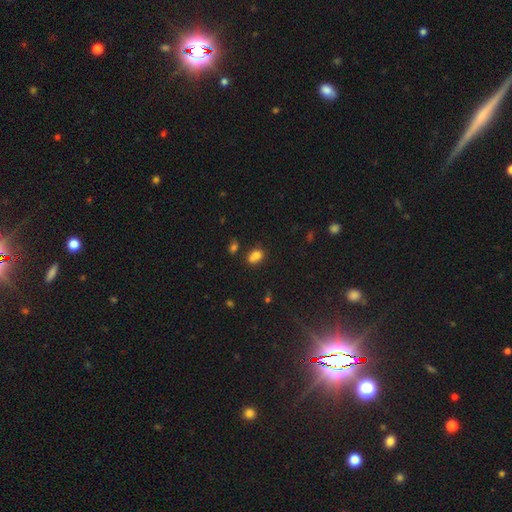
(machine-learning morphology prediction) A smooth galaxy with no disk features (74%) that is in between round and cigar-shaped (50%).

Vote fractions:
- Smooth or featured? smooth: 74% / star or artifact: 14% / featured or disk: 12%
- How rounded? in between: 50% / round: 49% / cigar-shaped: 1%
- Merging? merger: 45% / none: 37% / minor disturbance: 13% / major disturbance: 5%